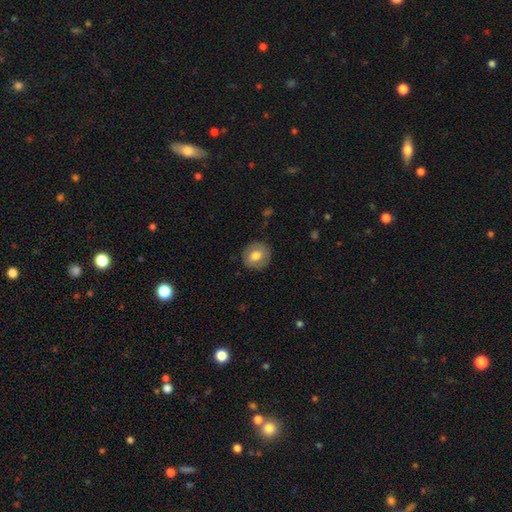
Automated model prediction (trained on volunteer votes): Q: Smooth or featured?
A: smooth (65%); runner-up: featured or disk (28%)
Q: How rounded?
A: round (85%); runner-up: in between (14%)
Q: Merging?
A: none (86%); runner-up: minor disturbance (10%)